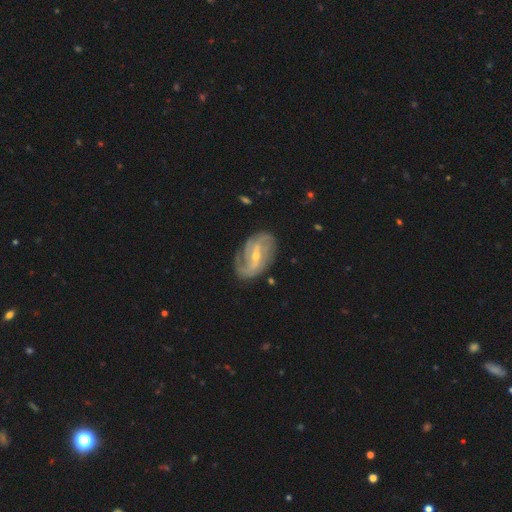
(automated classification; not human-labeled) This appears to be a featured or disk galaxy (86%) with a weak bar (45%), 2 (52%) medium (41%) spiral arms (94%) and a small central bulge (63%). Merging: none (71%).